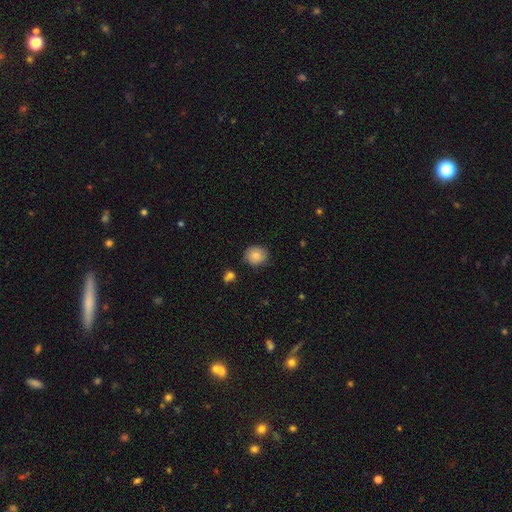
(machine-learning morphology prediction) The model was most divided on "how rounded": round: 78%, in between: 21%, cigar-shaped: 1%. More confident: smooth or featured — smooth (83%); merging — none (82%).